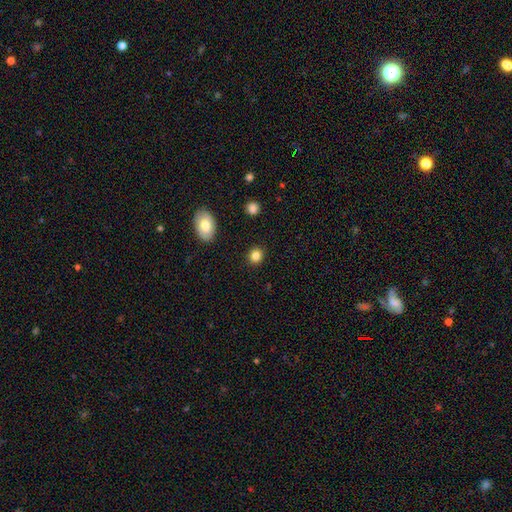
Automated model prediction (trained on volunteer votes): Smooth or featured?
  - smooth: 84% *
  - star or artifact: 10%
  - featured or disk: 6%
How rounded?
  - round: 74% *
  - in between: 25%
  - cigar-shaped: 1%
Merging?
  - none: 90% *
  - minor disturbance: 6%
  - major disturbance: 2%
  - merger: 2%